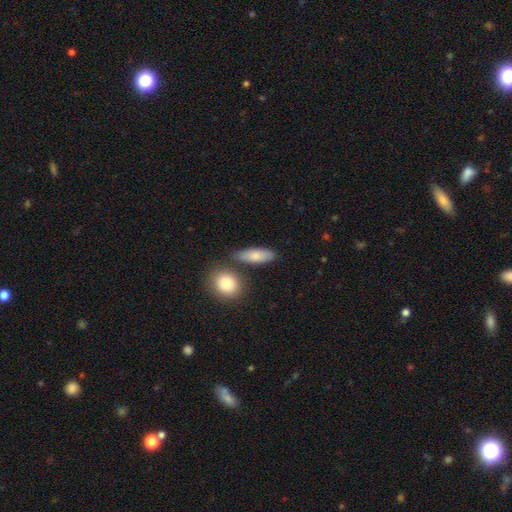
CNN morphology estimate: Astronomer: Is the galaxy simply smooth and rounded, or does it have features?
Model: smooth — 80%.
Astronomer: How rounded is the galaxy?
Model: in between — 66%.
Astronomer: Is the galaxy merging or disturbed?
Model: none — 71%.